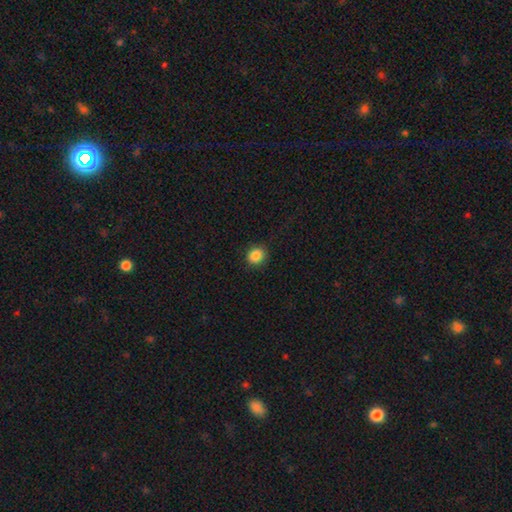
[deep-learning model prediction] smooth_or_featured: smooth (p=0.87) [alt: star or artifact p=0.10]
how_rounded: round (p=0.82) [alt: in between p=0.17]
merging: none (p=0.89) [alt: minor disturbance p=0.08]